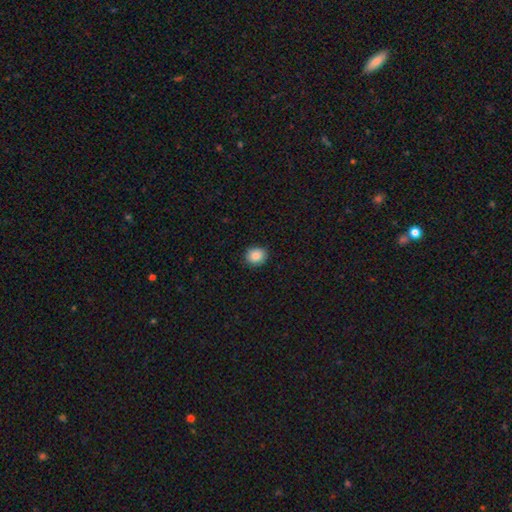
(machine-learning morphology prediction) The model was most divided on "how rounded": round: 74%, in between: 25%, cigar-shaped: 1%. More confident: merging — none (90%); smooth or featured — smooth (87%).